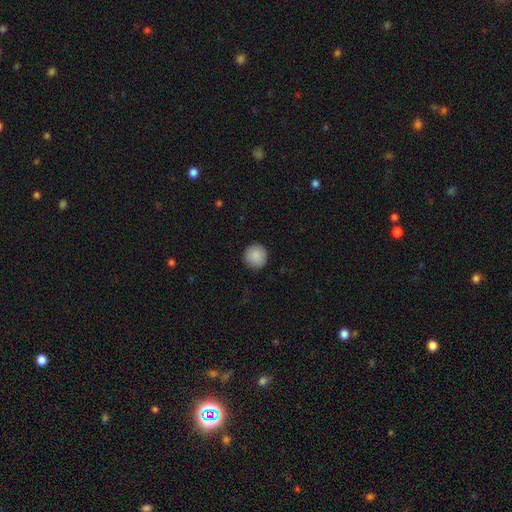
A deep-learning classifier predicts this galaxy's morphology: Q: Smooth or featured?
A: smooth (89%); runner-up: star or artifact (7%)
Q: How rounded?
A: round (95%); runner-up: in between (4%)
Q: Merging?
A: none (91%); runner-up: minor disturbance (6%)